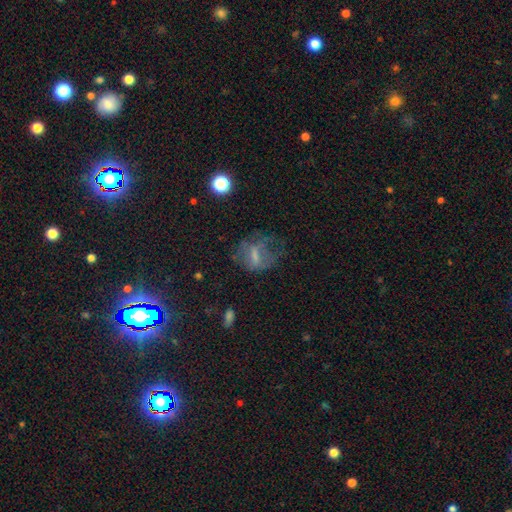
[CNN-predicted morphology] Q: Smooth or featured?
A: featured or disk (43%); runner-up: smooth (41%)
Q: Merging?
A: major disturbance (39%); runner-up: none (38%)